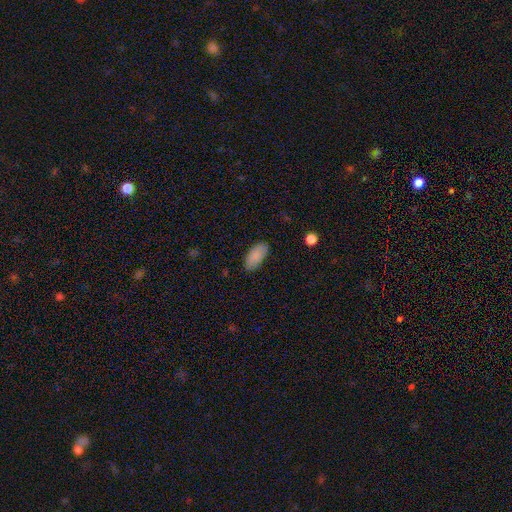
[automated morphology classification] Overall: smooth (88%). How rounded: in between (90%). Merging: none (85%).